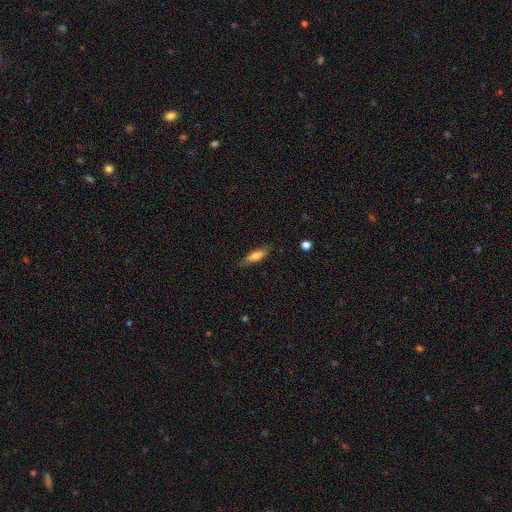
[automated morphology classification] smooth-or-featured: smooth: 67% | featured or disk: 26% | star or artifact: 7%
  how-rounded: cigar-shaped: 56% | in between: 42% | round: 2%
  merging: none: 80% | minor disturbance: 16% | major disturbance: 3% | merger: 1%